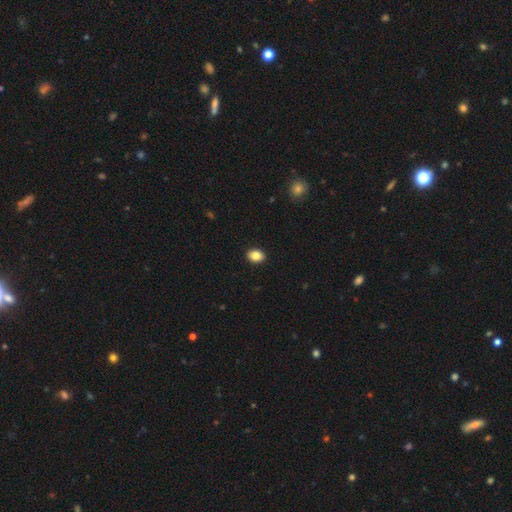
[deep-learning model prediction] A smooth galaxy with no disk features (85%) that is in between round and cigar-shaped (67%). Merging: none (91%).